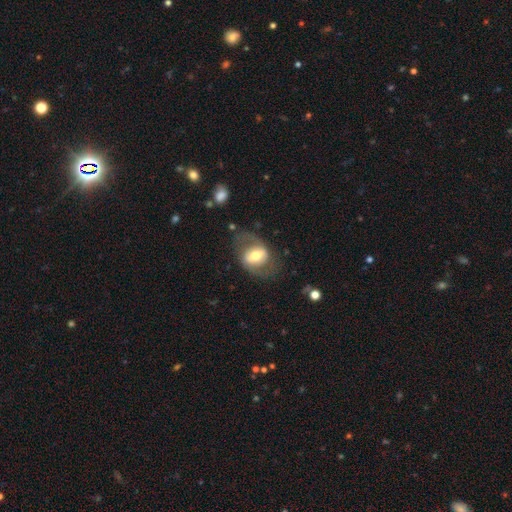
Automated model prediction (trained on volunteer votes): smooth-or-featured: featured or disk: 53% | smooth: 40% | star or artifact: 7%
  disk-edge-on: no: 93% | yes: 7%
  merging: none: 60% | minor disturbance: 19% | major disturbance: 19% | merger: 2%